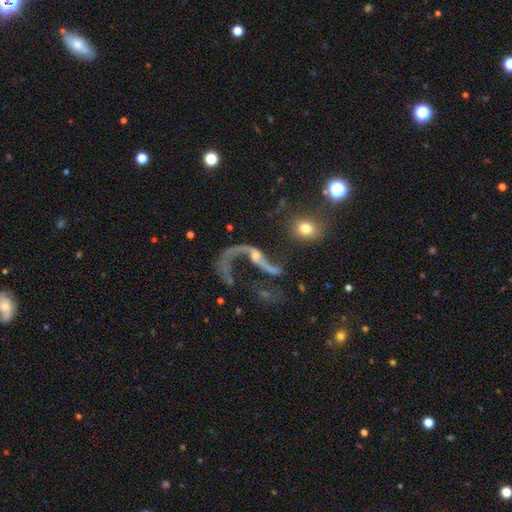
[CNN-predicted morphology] A featured or disk galaxy (82%) with no bar (55%), 2 (75%) loose (92%) spiral arms (85%) and a small central bulge (55%). Merging: major disturbance (41%).